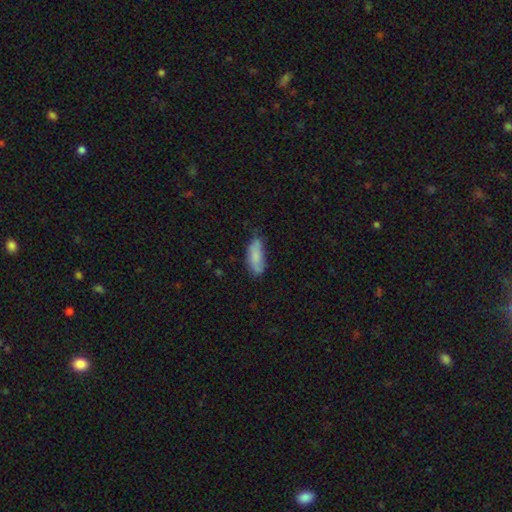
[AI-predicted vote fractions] Overall: smooth (78%). How rounded: in between (74%). Merging: none (57%; minor disturbance 32%).